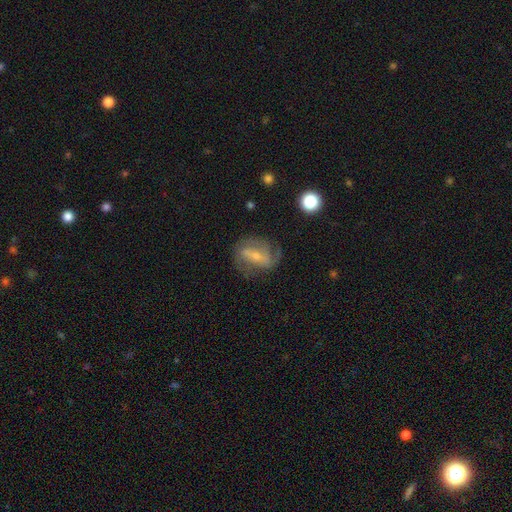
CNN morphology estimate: smooth_or_featured: featured or disk (p=0.72) [alt: smooth p=0.21]
disk_edge_on: no (p=0.94) [alt: yes p=0.06]
bar: strong (p=0.46) [alt: weak p=0.35]
has_spiral_arms: yes (p=0.85) [alt: no p=0.15]
spiral_winding: medium (p=0.43) [alt: loose p=0.31]
spiral_arm_count: 2 (p=0.65) [alt: can't tell p=0.16]
bulge_size: small (p=0.53) [alt: moderate p=0.36]
merging: none (p=0.60) [alt: minor disturbance p=0.22]